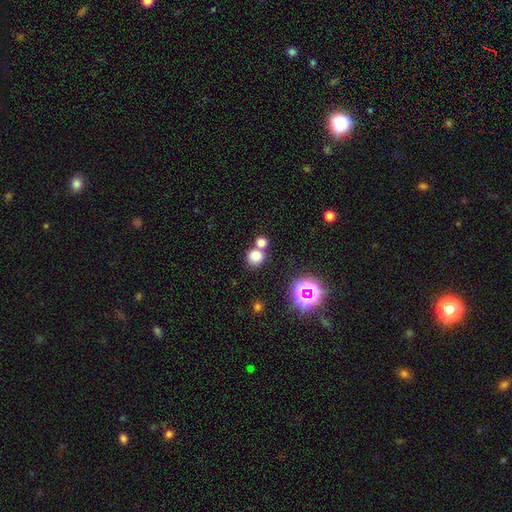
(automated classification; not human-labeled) Smooth or featured? Predicted: smooth (p=0.77). How rounded? Predicted: round (p=0.84). Merging? Predicted: none (p=0.56).